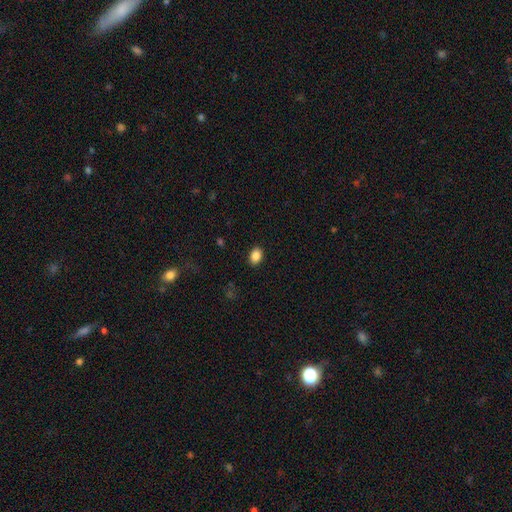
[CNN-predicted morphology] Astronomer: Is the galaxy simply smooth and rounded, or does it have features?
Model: smooth — 87%.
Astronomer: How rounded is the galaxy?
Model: in between — 76%.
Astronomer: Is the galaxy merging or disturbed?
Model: none — 89%.